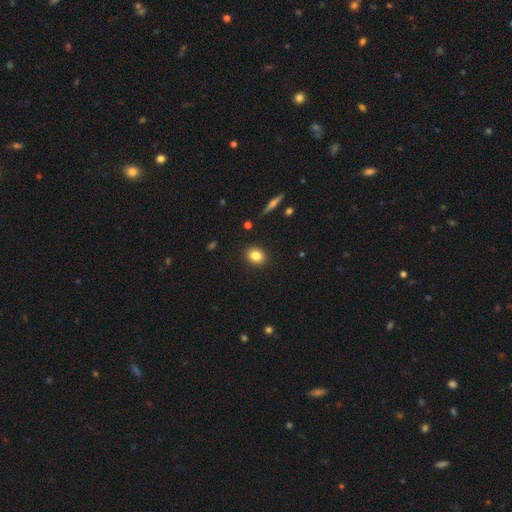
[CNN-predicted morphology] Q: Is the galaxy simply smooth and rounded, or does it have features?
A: smooth — 83%.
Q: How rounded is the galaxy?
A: round — 52%.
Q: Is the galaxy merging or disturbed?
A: none — 90%.